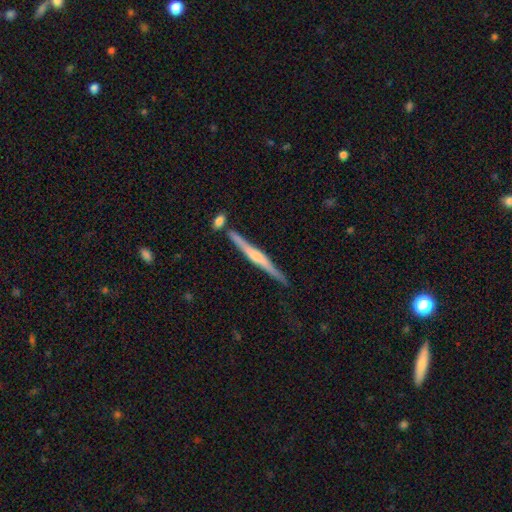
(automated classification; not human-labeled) Q: Smooth or featured?
A: featured or disk (70%); runner-up: smooth (25%)
Q: Edge-on disk?
A: yes (98%); runner-up: no (2%)
Q: Edge-on bulge?
A: rounded (62%); runner-up: none (22%)
Q: Merging?
A: none (79%); runner-up: minor disturbance (12%)